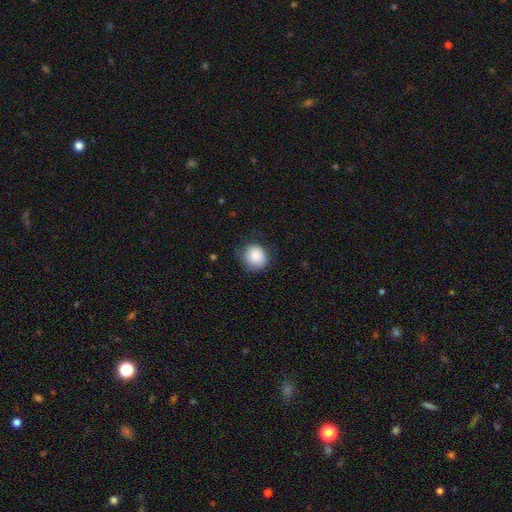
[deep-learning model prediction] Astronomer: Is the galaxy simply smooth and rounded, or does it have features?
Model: smooth — 86%.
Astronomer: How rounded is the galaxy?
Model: round — 85%.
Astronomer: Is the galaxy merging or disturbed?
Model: none — 75%.